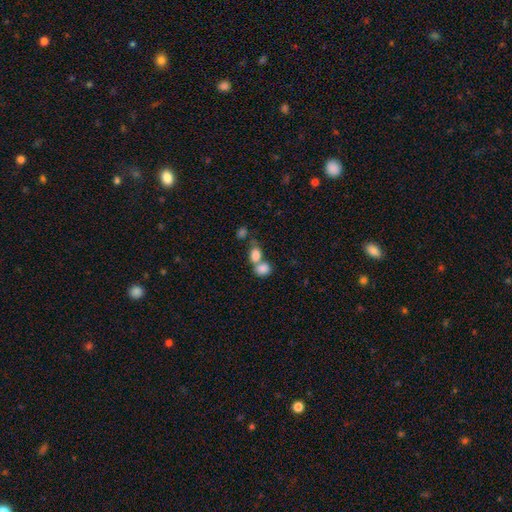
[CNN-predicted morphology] smooth 82%, featured or disk 9%, star or artifact 9%. Down the decision tree: how rounded — in between (67%); merging — merger (63%).